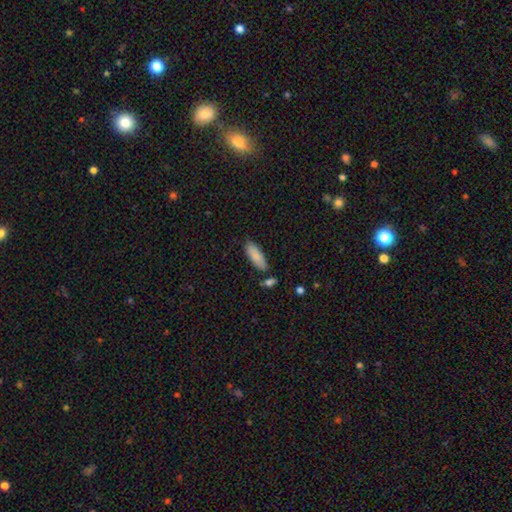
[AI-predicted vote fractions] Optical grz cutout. It shows a smooth galaxy with no disk features (86%) that is in between round and cigar-shaped (67%). Merging: none (78%).